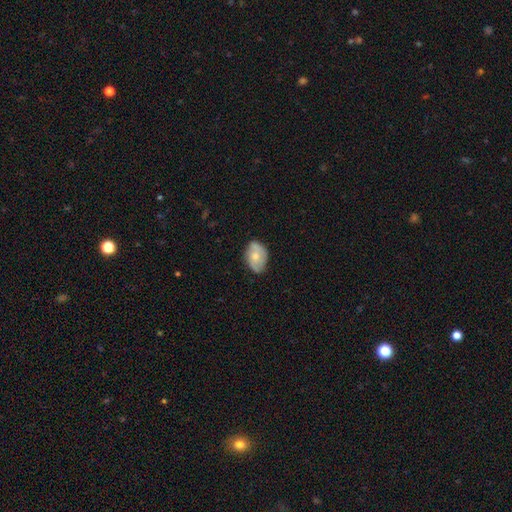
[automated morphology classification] Smooth or featured? Predicted: smooth (p=0.53). How rounded? Predicted: in between (p=0.79). Merging? Predicted: none (p=0.68).